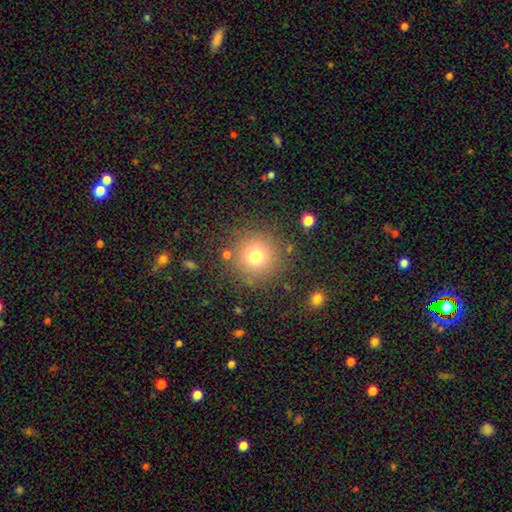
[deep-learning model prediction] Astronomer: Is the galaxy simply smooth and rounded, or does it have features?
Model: smooth — 74%.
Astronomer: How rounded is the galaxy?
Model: round — 95%.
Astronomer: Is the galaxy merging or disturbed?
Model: none — 85%.